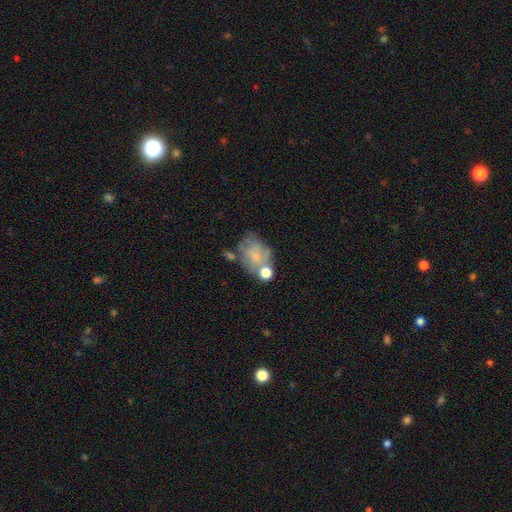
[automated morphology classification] This appears to be a smooth galaxy with no disk features (49%). Merging: none (37%).